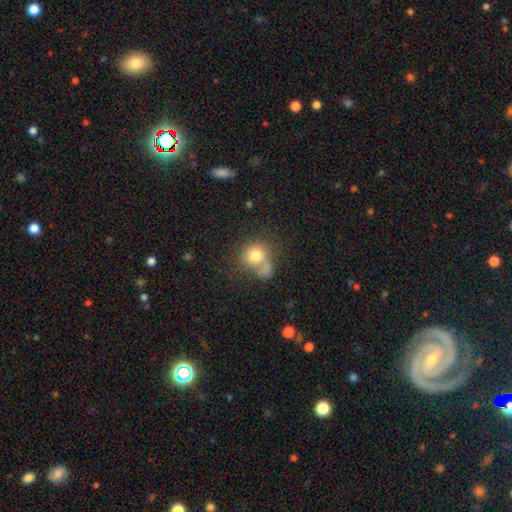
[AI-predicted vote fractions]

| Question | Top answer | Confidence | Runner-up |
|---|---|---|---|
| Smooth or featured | smooth | 76% | featured or disk (14%) |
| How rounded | round | 81% | in between (18%) |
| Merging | none | 38% | merger (35%) |